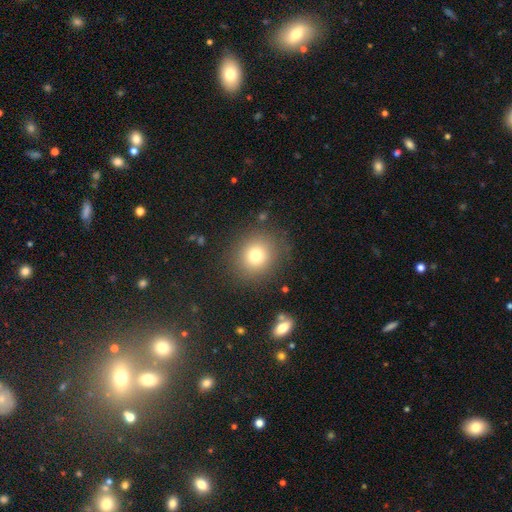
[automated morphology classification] type=smooth (76%); roundness=round (85%); merging=none (85%).